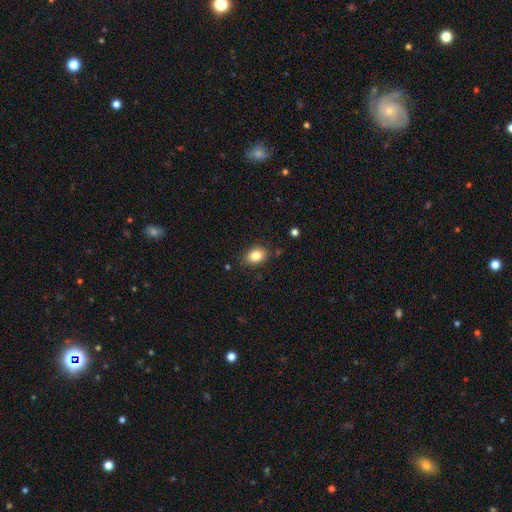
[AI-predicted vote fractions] Smooth or featured? smooth (85%)
How rounded? in between (76%)
Merging? none (83%)